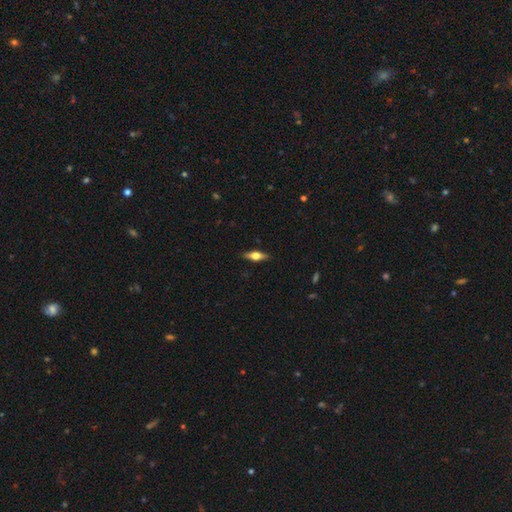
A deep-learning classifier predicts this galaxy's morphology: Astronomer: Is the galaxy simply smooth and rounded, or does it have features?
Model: featured or disk — 61%.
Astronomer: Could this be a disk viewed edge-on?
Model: yes — 95%.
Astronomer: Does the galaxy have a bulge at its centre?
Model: rounded — 93%.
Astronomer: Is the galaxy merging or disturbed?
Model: none — 89%.